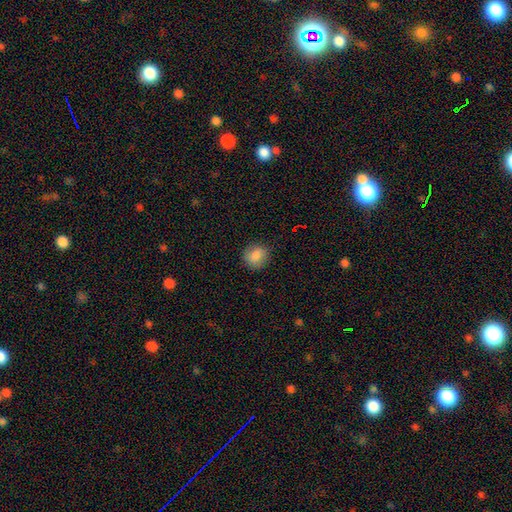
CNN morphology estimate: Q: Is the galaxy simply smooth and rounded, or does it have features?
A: smooth — 84%.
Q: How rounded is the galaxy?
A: round — 76%.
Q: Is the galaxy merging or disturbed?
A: none — 82%.